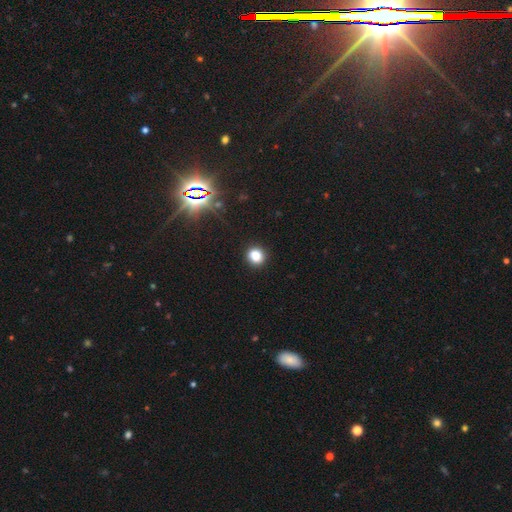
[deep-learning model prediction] smooth 82%, star or artifact 14%, featured or disk 4%. Down the decision tree: how rounded — round (79%); merging — none (90%).